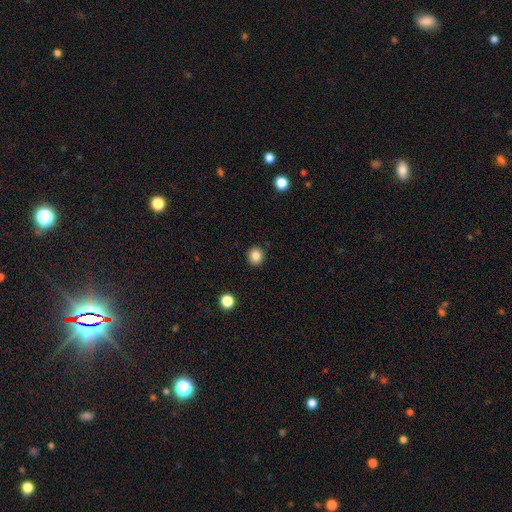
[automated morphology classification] The model was most divided on "smooth or featured": smooth: 85%, star or artifact: 11%, featured or disk: 5%. More confident: merging — none (92%); how rounded — round (91%).